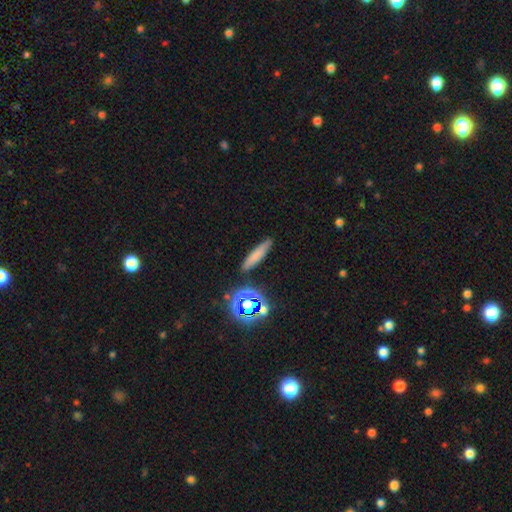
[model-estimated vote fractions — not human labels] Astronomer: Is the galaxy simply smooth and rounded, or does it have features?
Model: smooth — 70%.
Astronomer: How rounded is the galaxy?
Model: cigar-shaped — 82%.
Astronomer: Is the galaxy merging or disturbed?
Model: none — 85%.